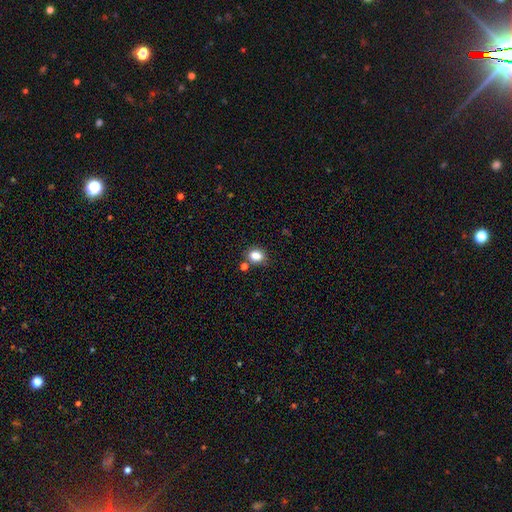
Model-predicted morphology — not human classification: Smooth or featured?
  - smooth: 83% *
  - star or artifact: 11%
  - featured or disk: 5%
How rounded?
  - round: 50% *
  - in between: 49%
  - cigar-shaped: 1%
Merging?
  - none: 75% *
  - minor disturbance: 12%
  - merger: 9%
  - major disturbance: 3%